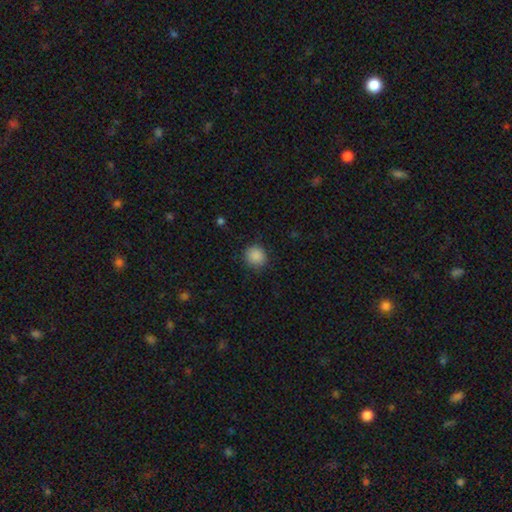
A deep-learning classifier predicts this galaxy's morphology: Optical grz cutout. It shows a smooth galaxy with no disk features (88%) that is round (88%). Merging: none (86%).